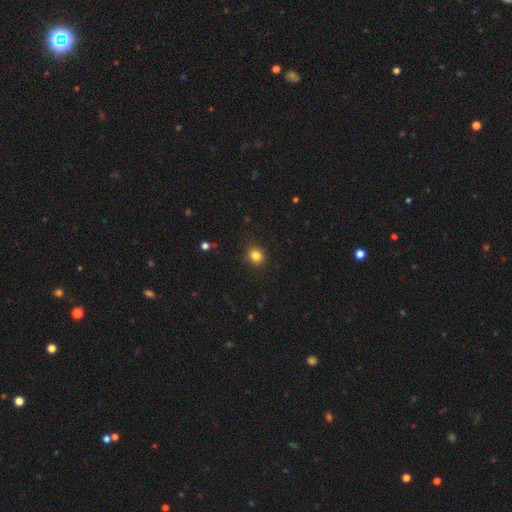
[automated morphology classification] Overall: smooth (83%). How rounded: round (78%). Merging: none (88%).